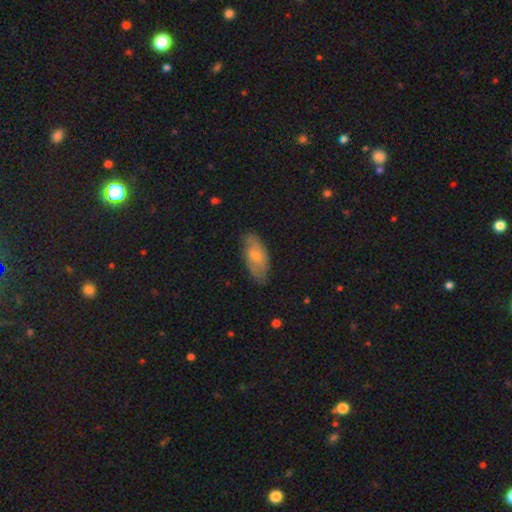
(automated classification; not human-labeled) smooth_or_featured: smooth (p=0.56) [alt: featured or disk p=0.36]
how_rounded: in between (p=0.84) [alt: cigar-shaped p=0.13]
merging: none (p=0.75) [alt: minor disturbance p=0.19]